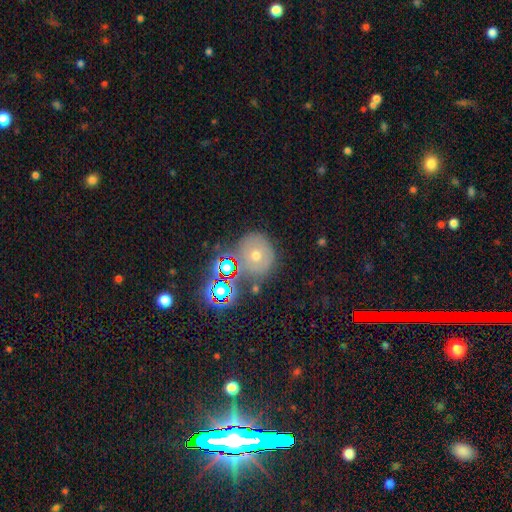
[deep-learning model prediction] Morphology: type=star or artifact (35%, tied with smooth).